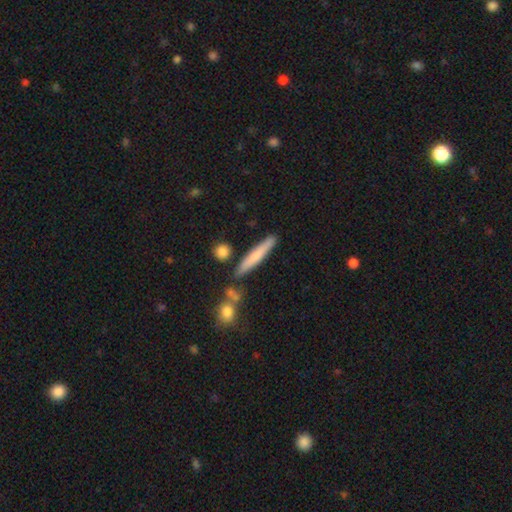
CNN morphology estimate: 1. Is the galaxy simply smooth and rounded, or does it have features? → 67% smooth, 27% featured or disk, 6% star or artifact.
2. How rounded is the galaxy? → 92% cigar-shaped, 6% in between, 2% round.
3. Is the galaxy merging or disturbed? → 79% none, 11% minor disturbance, 7% merger, 3% major disturbance.